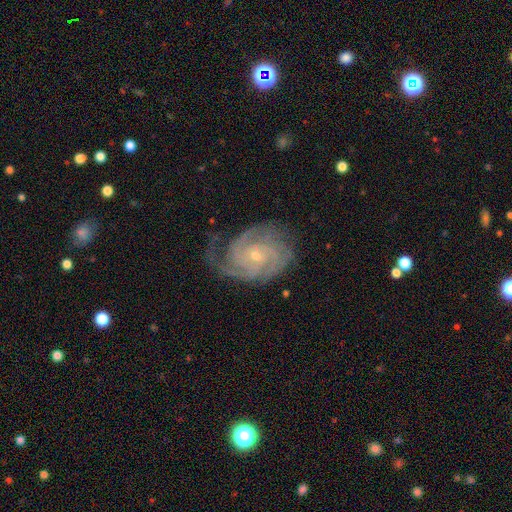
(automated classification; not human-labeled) smooth-or-featured: featured or disk: 90% | star or artifact: 5% | smooth: 5%
  disk-edge-on: no: 97% | yes: 3%
    bar: no: 71% | weak: 24% | strong: 6%
    has-spiral-arms: yes: 98% | no: 2%
      spiral-winding: tight: 70% | medium: 26% | loose: 4%
      spiral-arm-count: 3: 35% | 4: 21% | 2: 15% | can't tell: 15% | more than 4: 7% | 1: 7%
    bulge-size: small: 72% | moderate: 25% | none: 1% | large: 1% | dominant: 1%
  merging: none: 70% | minor disturbance: 20% | major disturbance: 8% | merger: 1%